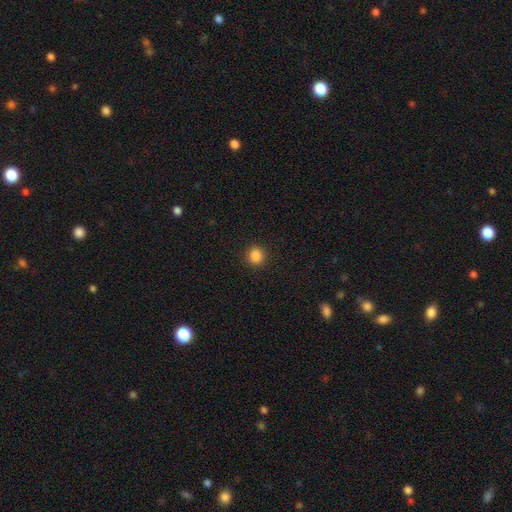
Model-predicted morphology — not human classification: The model was most divided on "how rounded": round: 85%, in between: 14%, cigar-shaped: 1%. More confident: merging — none (91%); smooth or featured — smooth (86%).